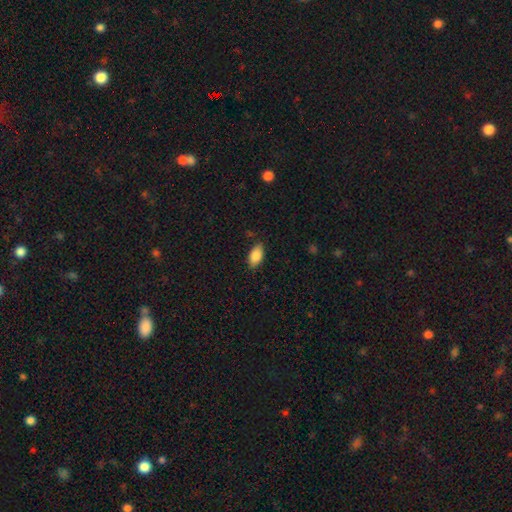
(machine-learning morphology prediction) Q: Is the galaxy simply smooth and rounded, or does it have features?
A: smooth — 86%.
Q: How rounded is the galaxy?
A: in between — 92%.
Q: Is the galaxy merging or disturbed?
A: none — 82%.